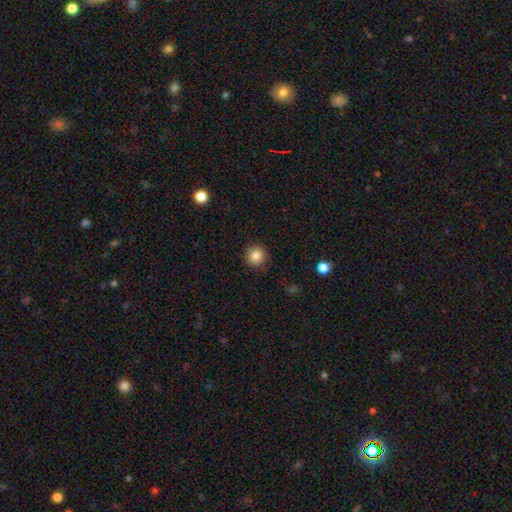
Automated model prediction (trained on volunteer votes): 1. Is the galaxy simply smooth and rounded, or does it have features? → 85% smooth, 10% star or artifact, 5% featured or disk.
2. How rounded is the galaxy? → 93% round, 6% in between, 1% cigar-shaped.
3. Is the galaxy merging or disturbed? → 89% none, 8% minor disturbance, 2% major disturbance, 1% merger.